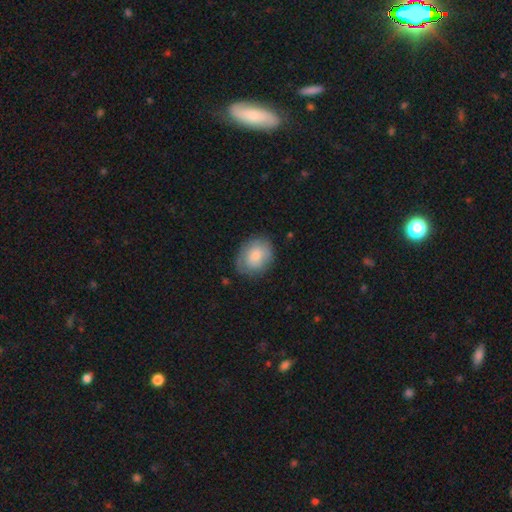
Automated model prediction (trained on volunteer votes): This appears to be a smooth galaxy with no disk features (77%) that is in between round and cigar-shaped (53%). Merging: none (74%).